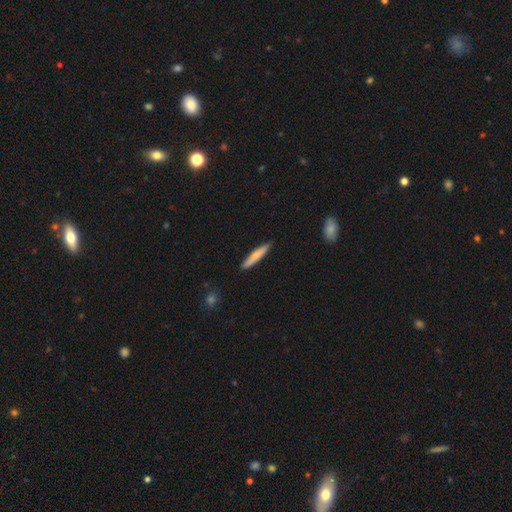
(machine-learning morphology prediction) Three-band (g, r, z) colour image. It shows a smooth galaxy with no disk features (72%) that is cigar-shaped (92%). Merging: none (89%).